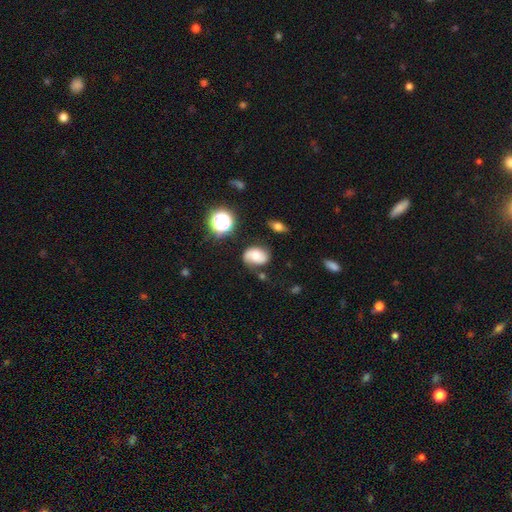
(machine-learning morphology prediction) smooth-or-featured: smooth: 51% | featured or disk: 37% | star or artifact: 12%
  how-rounded: in between: 68% | round: 31% | cigar-shaped: 1%
  merging: none: 65% | minor disturbance: 23% | major disturbance: 7% | merger: 5%